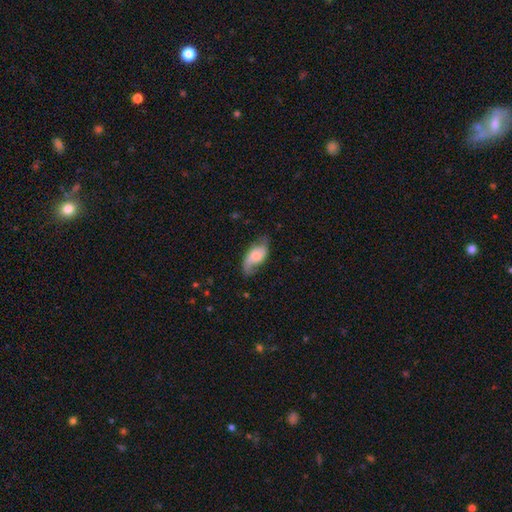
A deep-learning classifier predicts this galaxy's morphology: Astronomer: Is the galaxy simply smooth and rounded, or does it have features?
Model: smooth — 50% (runner-up: featured or disk, 43%).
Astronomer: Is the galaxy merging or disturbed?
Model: none — 57%.